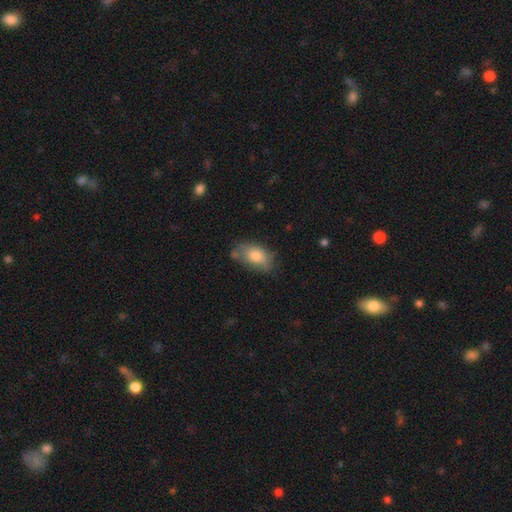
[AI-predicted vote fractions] Smooth or featured?
  - smooth: 78% *
  - featured or disk: 15%
  - star or artifact: 7%
How rounded?
  - in between: 90% *
  - round: 7%
  - cigar-shaped: 2%
Merging?
  - none: 59% *
  - minor disturbance: 28%
  - major disturbance: 7%
  - merger: 5%